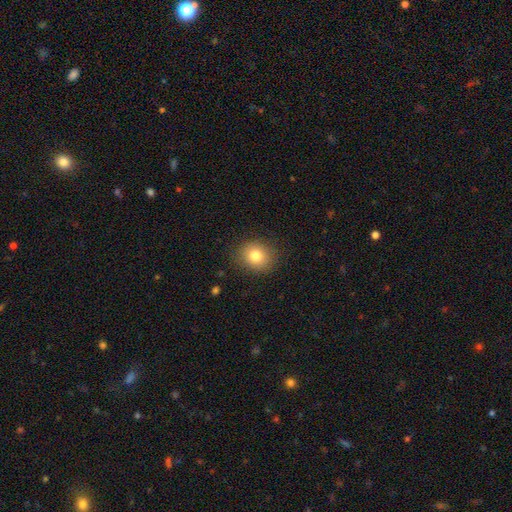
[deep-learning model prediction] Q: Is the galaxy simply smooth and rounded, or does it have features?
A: smooth — 81%.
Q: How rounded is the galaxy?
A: round — 74%.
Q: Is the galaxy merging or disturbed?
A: none — 87%.